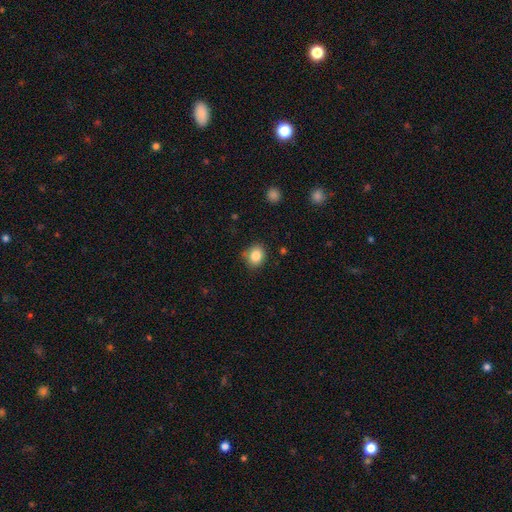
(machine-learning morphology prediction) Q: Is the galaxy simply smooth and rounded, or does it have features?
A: smooth — 84%.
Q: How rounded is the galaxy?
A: round — 66%.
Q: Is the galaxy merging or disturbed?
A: none — 80%.